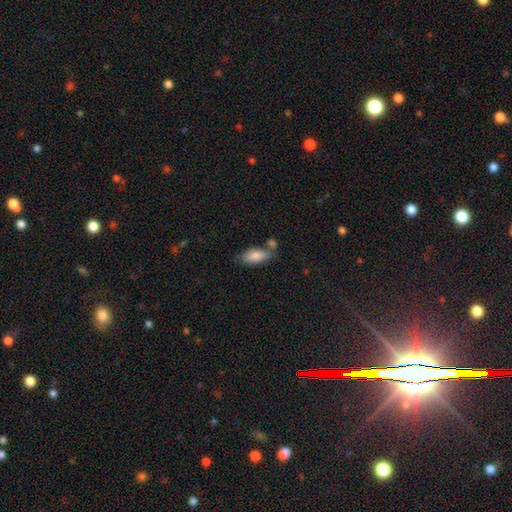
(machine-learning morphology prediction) type=smooth (86%); roundness=in between (86%); merging=none (60%).